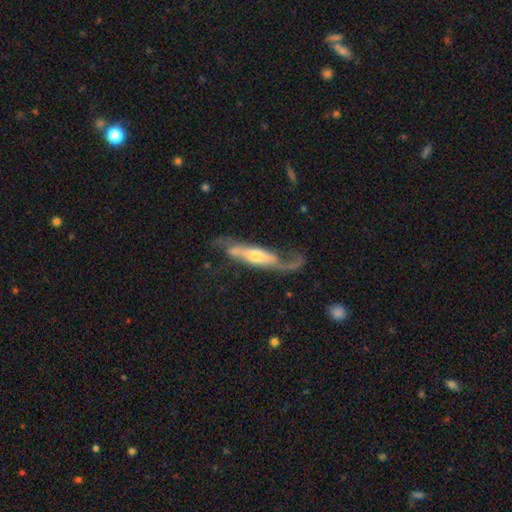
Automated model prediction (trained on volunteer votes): featured or disk 76%, smooth 19%, star or artifact 5%. Down the decision tree: edge-on disk — no (59%); merging — none (48%).